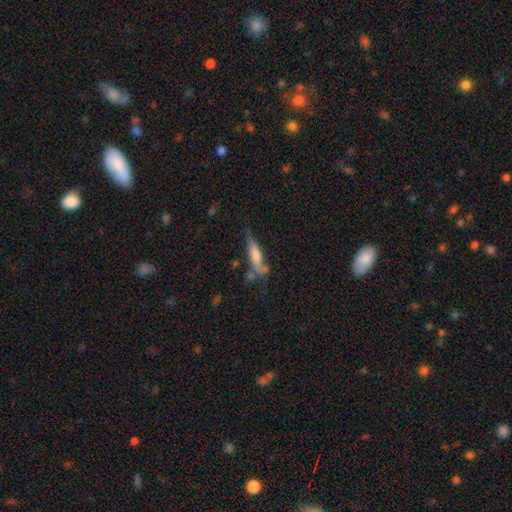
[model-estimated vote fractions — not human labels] Smooth or featured: smooth — 46% (featured or disk — 44%)
Merging: none — 51% (minor disturbance — 25%)